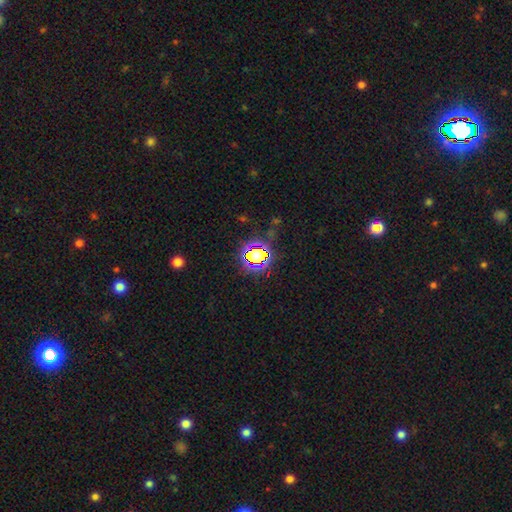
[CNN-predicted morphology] type=star or artifact (63%).